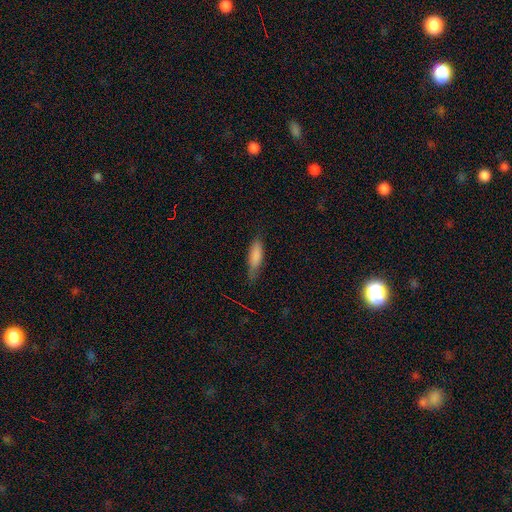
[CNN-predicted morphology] Smooth or featured: smooth — 82% (featured or disk — 11%)
How rounded: cigar-shaped — 54% (in between — 44%)
Merging: none — 67% (minor disturbance — 26%)